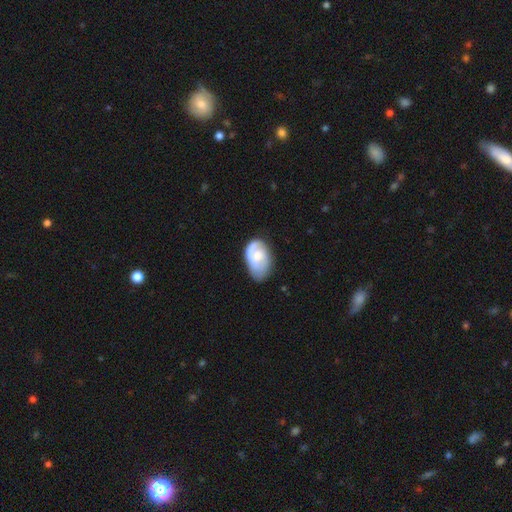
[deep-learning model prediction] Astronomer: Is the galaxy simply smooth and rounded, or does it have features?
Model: featured or disk — 58% (runner-up: smooth, 36%).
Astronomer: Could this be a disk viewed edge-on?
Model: no — 97%.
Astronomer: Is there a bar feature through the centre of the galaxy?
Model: no — 58% (runner-up: weak, 36%).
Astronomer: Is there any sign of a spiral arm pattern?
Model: yes — 83%.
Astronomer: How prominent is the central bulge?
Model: small — 37% (runner-up: moderate, 34%).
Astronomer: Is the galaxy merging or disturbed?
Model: none — 52% (runner-up: minor disturbance, 30%).